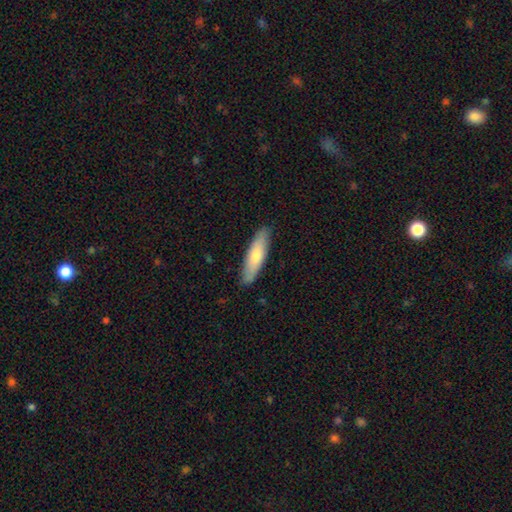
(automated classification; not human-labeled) Q: Smooth or featured?
A: smooth (67%); runner-up: featured or disk (28%)
Q: How rounded?
A: cigar-shaped (69%); runner-up: in between (29%)
Q: Merging?
A: none (88%); runner-up: minor disturbance (9%)